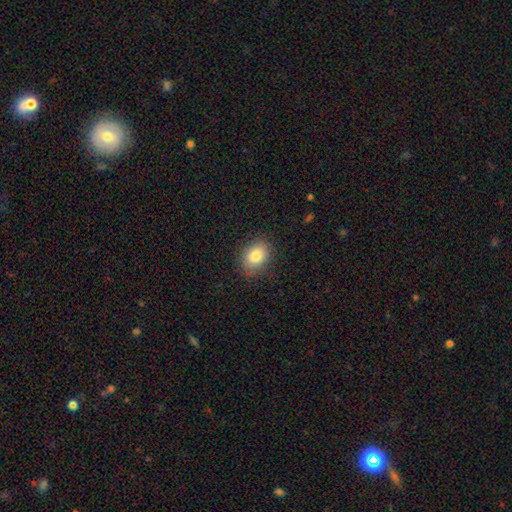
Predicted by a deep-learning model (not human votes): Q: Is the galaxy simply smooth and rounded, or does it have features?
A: smooth — 83%.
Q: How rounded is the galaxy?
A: in between — 75%.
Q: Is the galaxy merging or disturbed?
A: none — 83%.